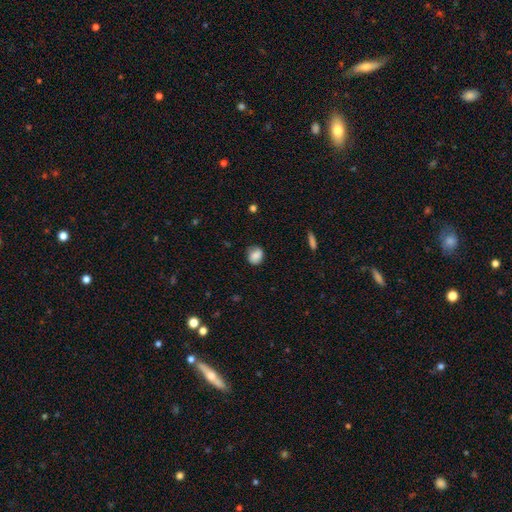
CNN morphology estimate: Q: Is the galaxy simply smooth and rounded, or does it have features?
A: smooth — 82%.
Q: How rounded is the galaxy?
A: round — 70%.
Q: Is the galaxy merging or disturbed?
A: none — 73%.